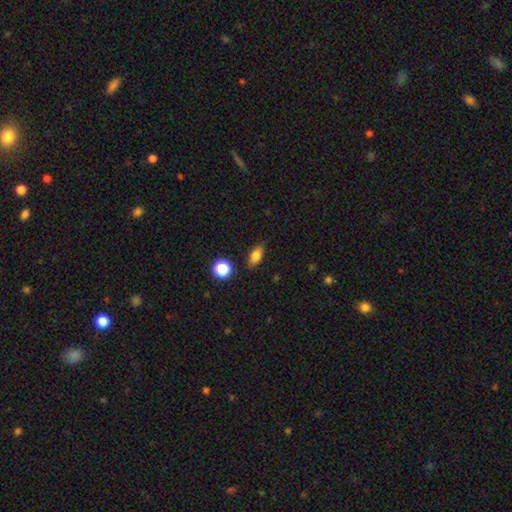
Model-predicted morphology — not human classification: Q: Smooth or featured?
A: smooth (80%); runner-up: star or artifact (10%)
Q: How rounded?
A: in between (80%); runner-up: round (11%)
Q: Merging?
A: none (85%); runner-up: minor disturbance (11%)